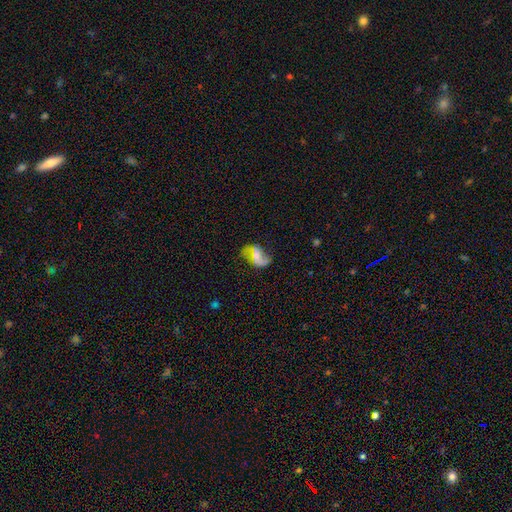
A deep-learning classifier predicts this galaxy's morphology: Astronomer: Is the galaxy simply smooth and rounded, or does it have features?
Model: featured or disk — 73%.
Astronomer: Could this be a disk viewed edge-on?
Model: no — 97%.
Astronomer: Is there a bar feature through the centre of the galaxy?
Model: weak — 46% (runner-up: strong, 27%).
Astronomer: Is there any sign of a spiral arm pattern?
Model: yes — 88%.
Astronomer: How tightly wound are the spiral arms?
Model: loose — 68%.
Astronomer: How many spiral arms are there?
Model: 2 — 85%.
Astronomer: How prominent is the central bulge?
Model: moderate — 47% (runner-up: small, 38%).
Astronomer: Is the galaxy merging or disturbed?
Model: none — 60%.